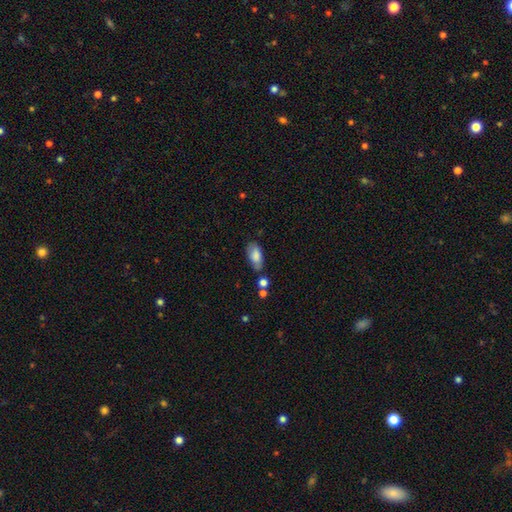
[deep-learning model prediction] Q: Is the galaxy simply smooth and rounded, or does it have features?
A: smooth — 79%.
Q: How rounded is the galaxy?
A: in between — 89%.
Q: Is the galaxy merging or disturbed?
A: none — 63%.